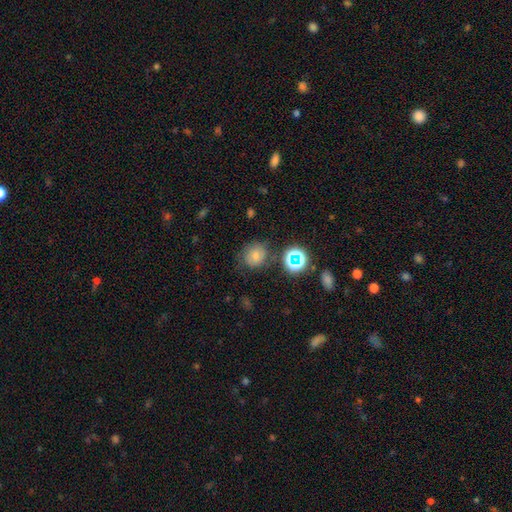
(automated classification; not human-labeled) smooth_or_featured: smooth (p=0.44) [alt: star or artifact p=0.33]
merging: none (p=0.73) [alt: minor disturbance p=0.15]